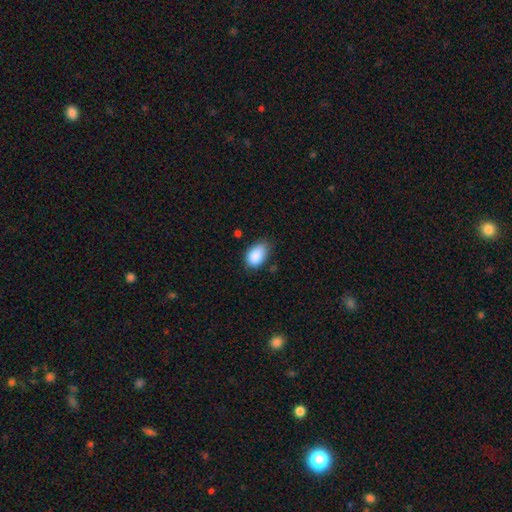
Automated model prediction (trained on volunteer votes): Smooth or featured? smooth (88%)
How rounded? in between (88%)
Merging? none (66%)